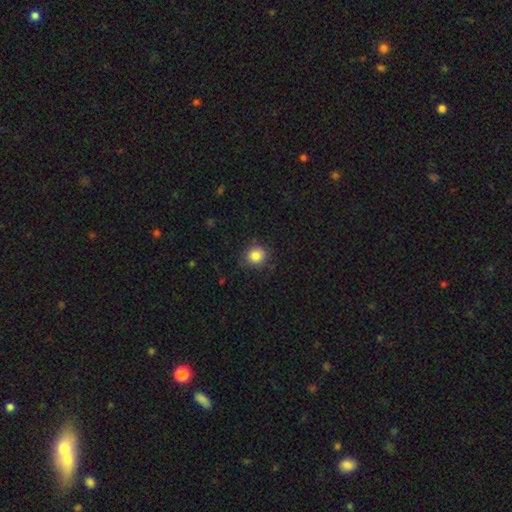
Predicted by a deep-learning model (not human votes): Smooth or featured?
  - smooth: 85% *
  - star or artifact: 10%
  - featured or disk: 5%
How rounded?
  - round: 89% *
  - in between: 10%
  - cigar-shaped: 1%
Merging?
  - none: 83% *
  - minor disturbance: 13%
  - major disturbance: 3%
  - merger: 1%